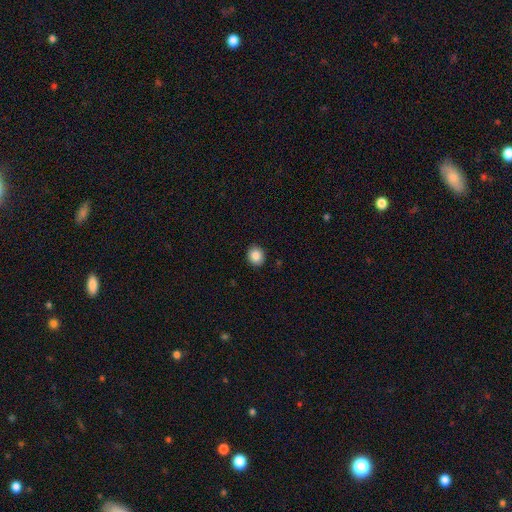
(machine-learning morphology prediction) Q: Smooth or featured?
A: smooth (87%); runner-up: star or artifact (9%)
Q: How rounded?
A: round (76%); runner-up: in between (23%)
Q: Merging?
A: none (92%); runner-up: minor disturbance (6%)